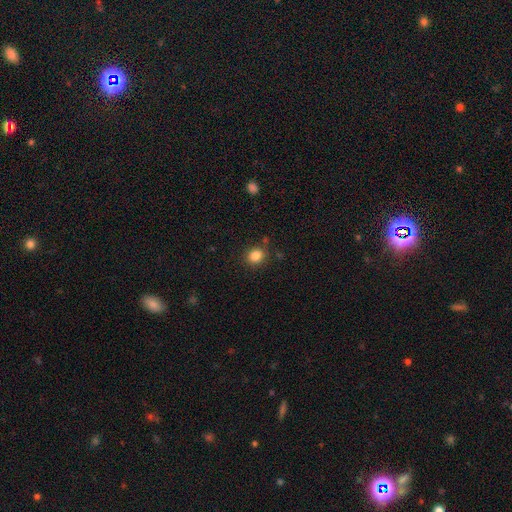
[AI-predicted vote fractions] A smooth galaxy with no disk features (84%) that is round (75%). Merging: none (85%).